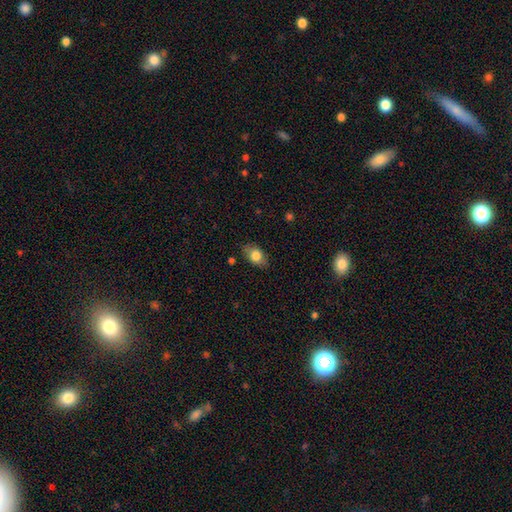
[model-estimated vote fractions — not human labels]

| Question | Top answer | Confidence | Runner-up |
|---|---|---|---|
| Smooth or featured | smooth | 78% | featured or disk (14%) |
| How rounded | in between | 84% | round (13%) |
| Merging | none | 79% | minor disturbance (16%) |